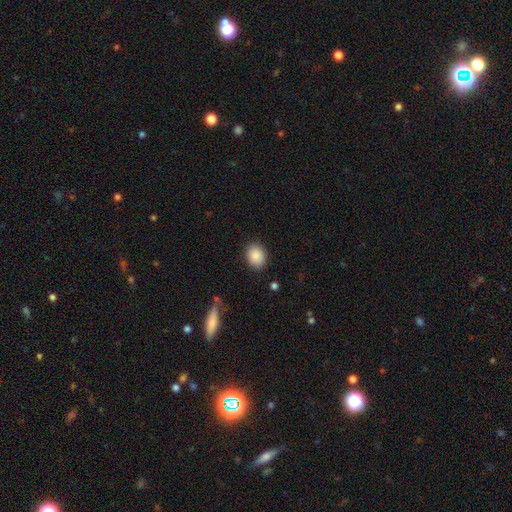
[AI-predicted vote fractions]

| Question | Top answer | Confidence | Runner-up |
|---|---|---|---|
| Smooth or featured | smooth | 88% | star or artifact (8%) |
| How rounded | in between | 58% | round (41%) |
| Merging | none | 87% | minor disturbance (10%) |